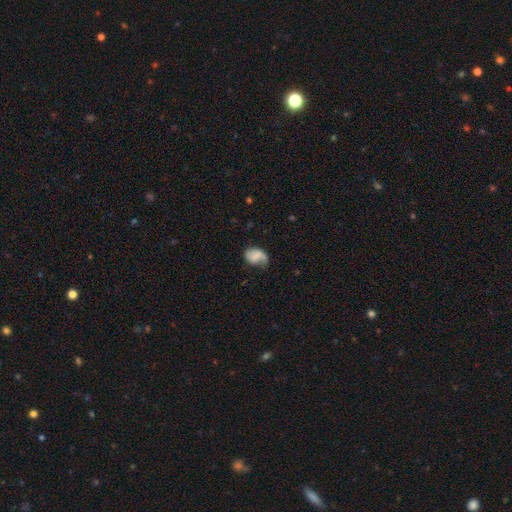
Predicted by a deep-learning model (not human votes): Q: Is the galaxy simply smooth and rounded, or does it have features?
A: smooth — 53%.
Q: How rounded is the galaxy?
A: in between — 71%.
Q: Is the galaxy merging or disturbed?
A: none — 41%.